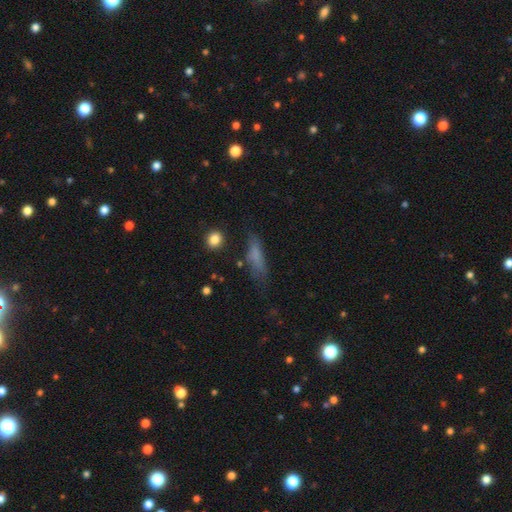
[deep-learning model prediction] smooth-or-featured: smooth: 69% | featured or disk: 20% | star or artifact: 12%
  how-rounded: cigar-shaped: 57% | in between: 39% | round: 4%
  merging: none: 61% | minor disturbance: 25% | major disturbance: 11% | merger: 3%